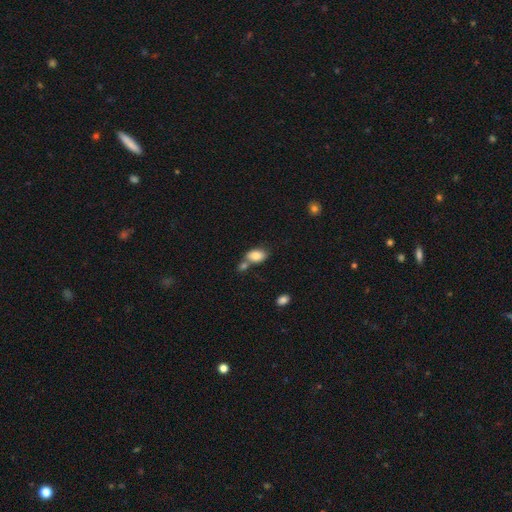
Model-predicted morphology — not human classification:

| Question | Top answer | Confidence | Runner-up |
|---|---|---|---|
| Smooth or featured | smooth | 82% | featured or disk (10%) |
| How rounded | in between | 86% | round (12%) |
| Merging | none | 48% | merger (34%) |